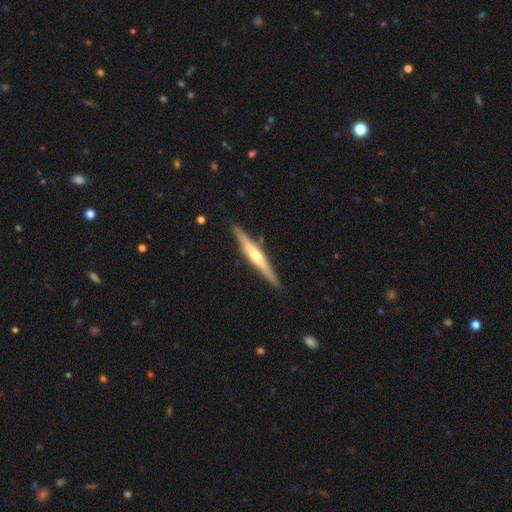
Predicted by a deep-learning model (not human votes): smooth-or-featured: featured or disk: 73% | smooth: 22% | star or artifact: 5%
  disk-edge-on: yes: 97% | no: 3%
    edge-on-bulge: rounded: 86% | none: 9% | boxy: 5%
  merging: none: 90% | minor disturbance: 7% | merger: 2% | major disturbance: 1%